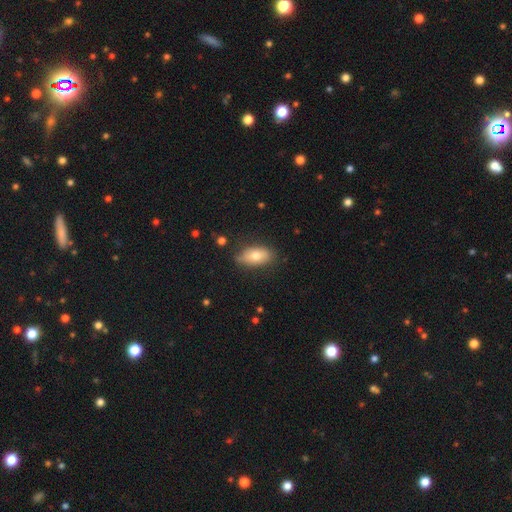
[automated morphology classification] Overall: smooth (71%). How rounded: in between (90%). Merging: none (76%).